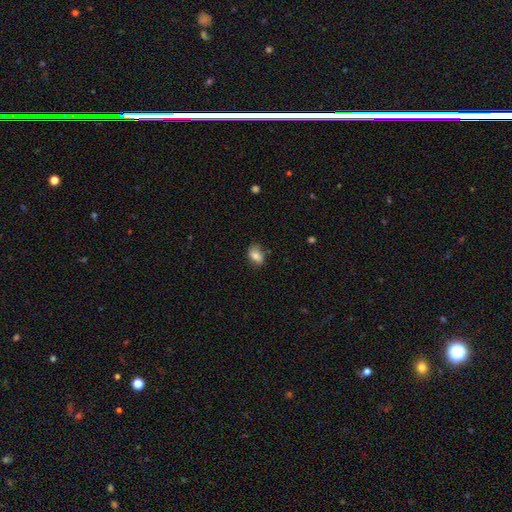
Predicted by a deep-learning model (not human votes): Smooth or featured? smooth (81%)
How rounded? in between (79%)
Merging? none (76%)